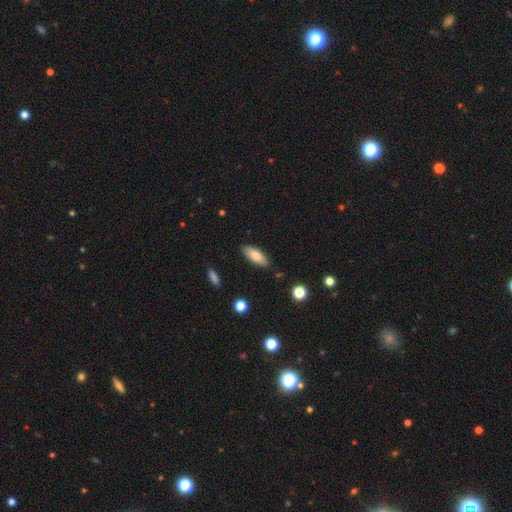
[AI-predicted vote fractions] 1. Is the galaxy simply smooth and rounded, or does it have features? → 80% smooth, 13% featured or disk, 7% star or artifact.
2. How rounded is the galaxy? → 72% in between, 26% cigar-shaped, 2% round.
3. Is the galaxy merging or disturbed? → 86% none, 10% minor disturbance, 2% major disturbance, 2% merger.